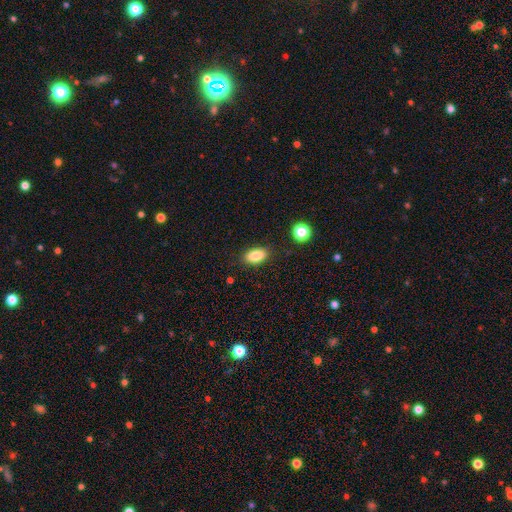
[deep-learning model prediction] smooth-or-featured: smooth: 87% | star or artifact: 8% | featured or disk: 5%
  how-rounded: in between: 90% | round: 6% | cigar-shaped: 4%
  merging: none: 85% | minor disturbance: 10% | major disturbance: 3% | merger: 2%